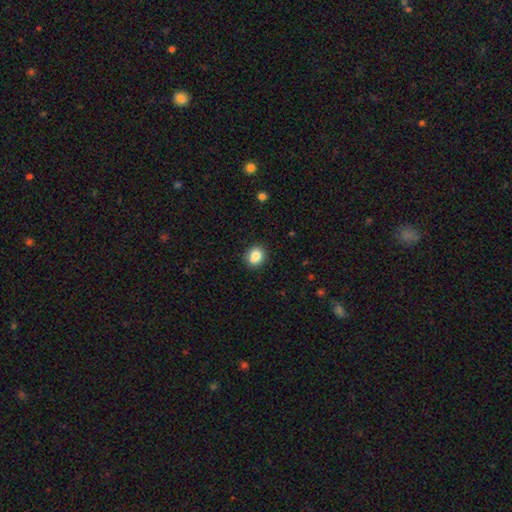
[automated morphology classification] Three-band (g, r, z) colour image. It shows a smooth galaxy with no disk features (81%) that is round (72%). Merging: none (78%).